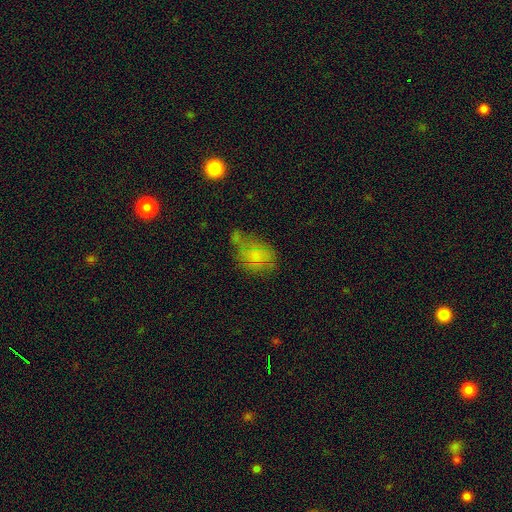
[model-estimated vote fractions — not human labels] Smooth or featured?
  - smooth: 60% *
  - featured or disk: 27%
  - star or artifact: 13%
How rounded?
  - in between: 70% *
  - round: 28%
  - cigar-shaped: 2%
Merging?
  - none: 36% *
  - minor disturbance: 26%
  - major disturbance: 21%
  - merger: 17%